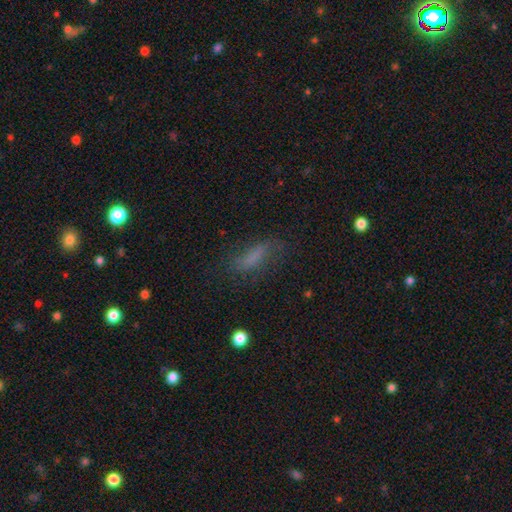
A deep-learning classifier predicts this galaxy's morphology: type=smooth (66%); roundness=in between (49%); merging=none (64%).